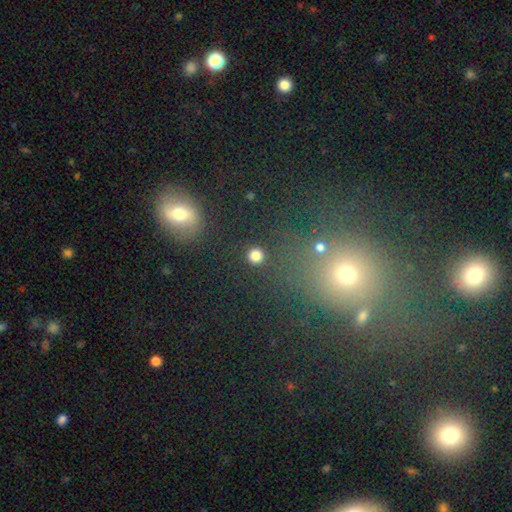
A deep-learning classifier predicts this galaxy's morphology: smooth 82%, star or artifact 14%, featured or disk 4%. Down the decision tree: how rounded — round (94%); merging — none (90%).